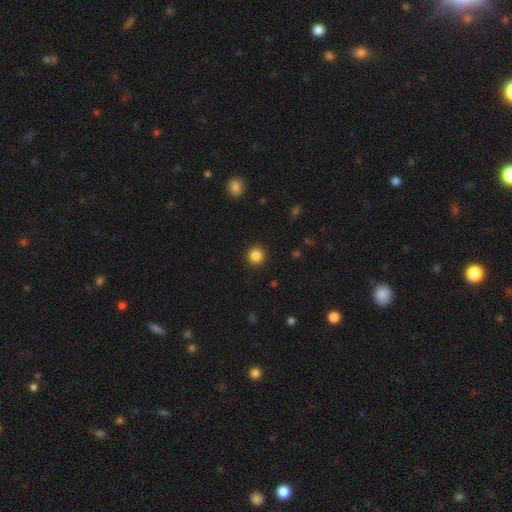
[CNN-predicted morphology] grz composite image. It shows a smooth galaxy with no disk features (86%) that is round (95%). Merging: none (92%).